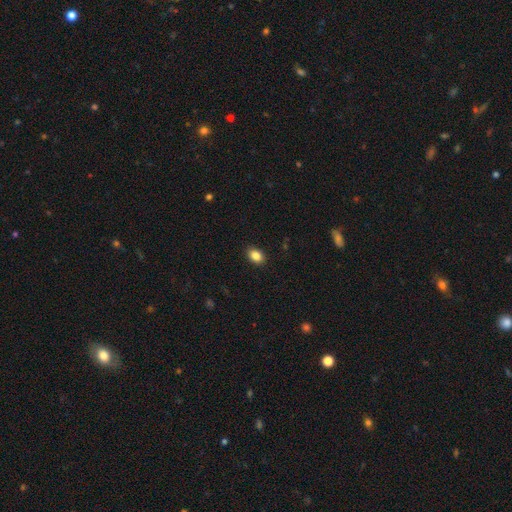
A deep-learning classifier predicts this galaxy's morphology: Overall: smooth (87%). How rounded: in between (79%). Merging: none (90%).